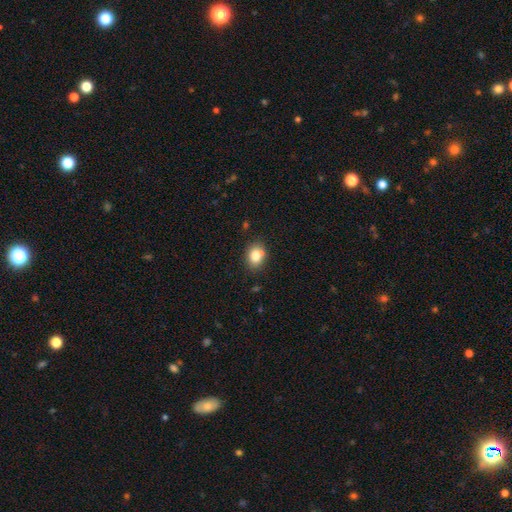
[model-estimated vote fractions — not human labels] Smooth or featured: smooth — 81% (star or artifact — 10%)
How rounded: in between — 53% (round — 46%)
Merging: none — 73% (minor disturbance — 16%)